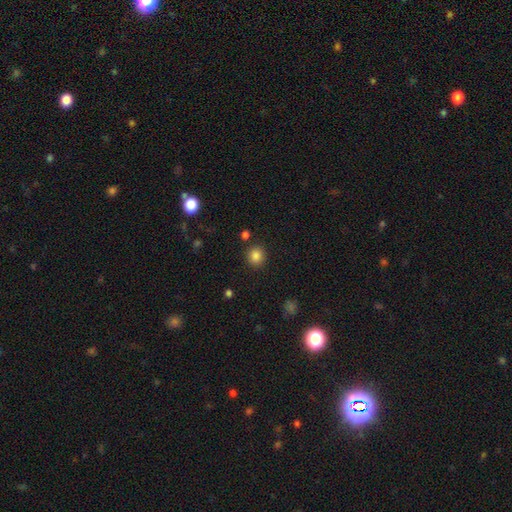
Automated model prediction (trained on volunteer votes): Smooth or featured?
  - smooth: 85% *
  - star or artifact: 11%
  - featured or disk: 4%
How rounded?
  - round: 88% *
  - in between: 12%
  - cigar-shaped: 1%
Merging?
  - none: 87% *
  - minor disturbance: 7%
  - merger: 3%
  - major disturbance: 3%